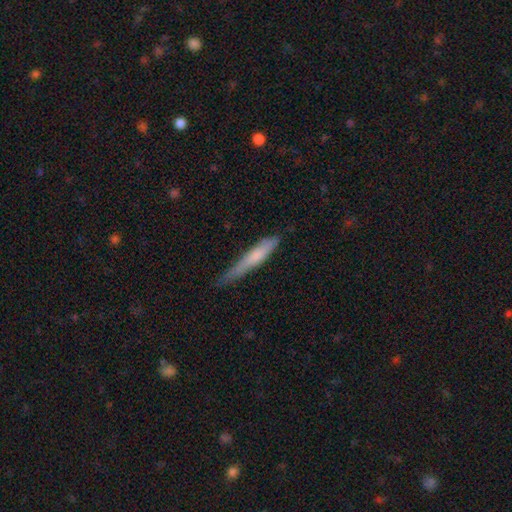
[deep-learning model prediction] Q: Smooth or featured?
A: smooth (65%); runner-up: featured or disk (29%)
Q: How rounded?
A: cigar-shaped (93%); runner-up: in between (6%)
Q: Merging?
A: none (59%); runner-up: minor disturbance (31%)